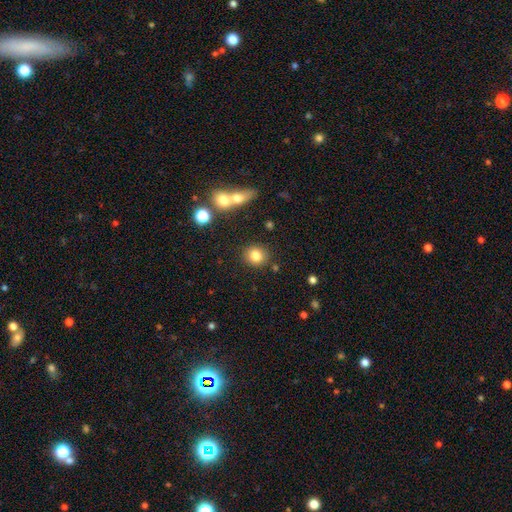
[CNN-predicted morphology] Overall: smooth (81%). How rounded: round (83%). Merging: none (84%).